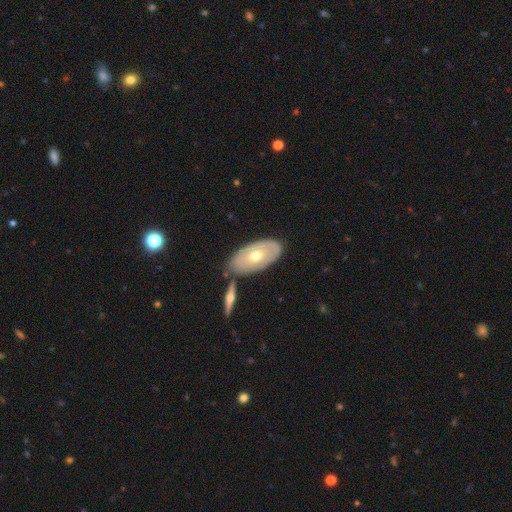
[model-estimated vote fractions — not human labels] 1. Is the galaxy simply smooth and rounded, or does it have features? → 51% featured or disk, 44% smooth, 5% star or artifact.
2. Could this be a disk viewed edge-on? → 79% no, 21% yes.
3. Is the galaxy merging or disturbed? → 73% none, 14% minor disturbance, 10% merger, 3% major disturbance.